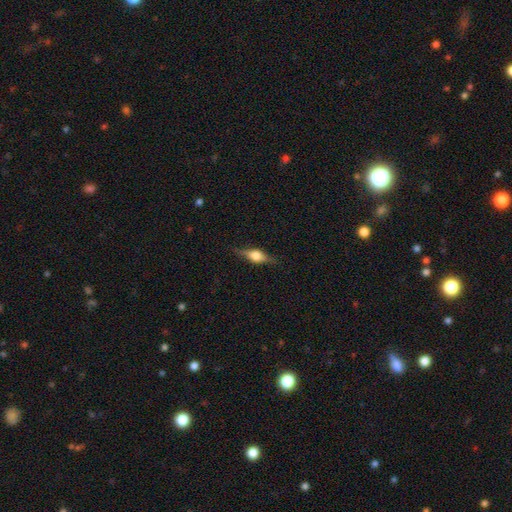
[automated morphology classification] Smooth or featured? Predicted: featured or disk (p=0.64). Edge-on disk? Predicted: yes (p=0.96). Edge-on bulge? Predicted: rounded (p=0.91). Merging? Predicted: none (p=0.85).